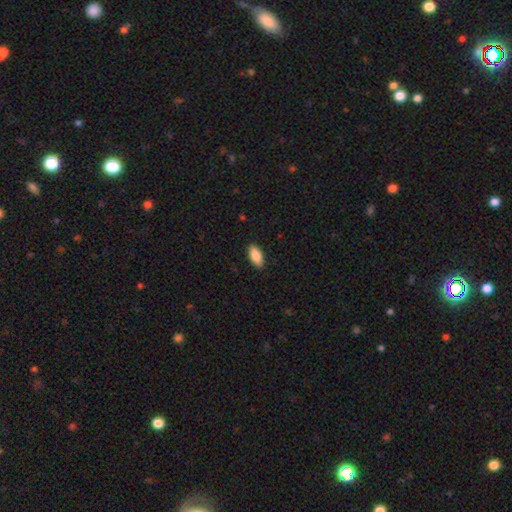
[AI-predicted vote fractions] A smooth galaxy with no disk features (89%) that is in between round and cigar-shaped (91%).

Vote fractions:
- Smooth or featured? smooth: 89% / star or artifact: 6% / featured or disk: 5%
- How rounded? in between: 91% / cigar-shaped: 7% / round: 2%
- Merging? none: 88% / minor disturbance: 9% / major disturbance: 2% / merger: 1%